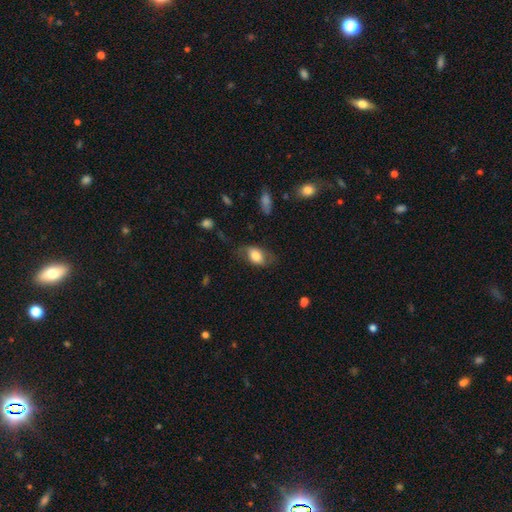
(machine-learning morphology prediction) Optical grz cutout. It shows a smooth galaxy with no disk features (71%) that is in between round and cigar-shaped (87%). Merging: none (58%).